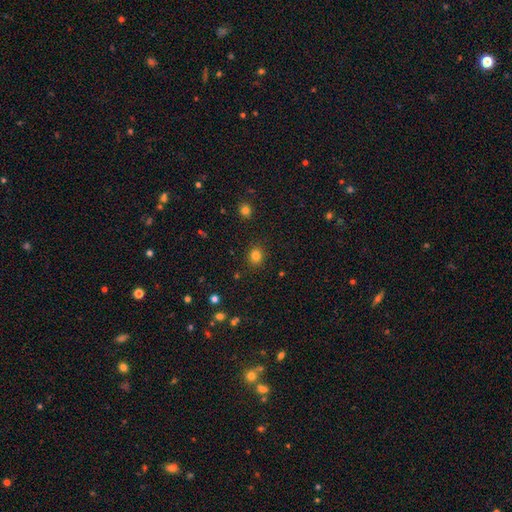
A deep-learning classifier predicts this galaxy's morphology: This appears to be a smooth galaxy with no disk features (82%) that is round (77%). Merging: none (89%).